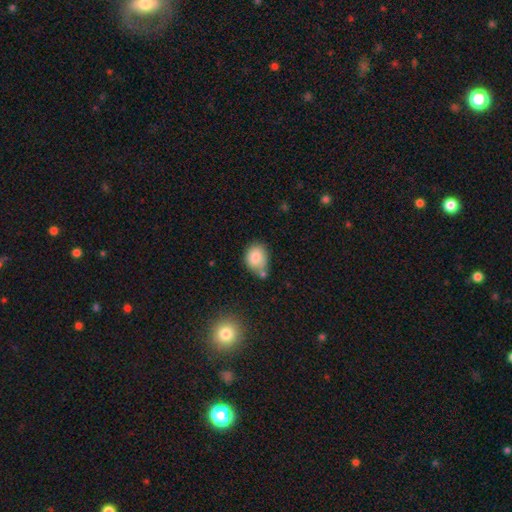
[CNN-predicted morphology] Overall: smooth (83%). How rounded: in between (60%; round 39%). Merging: none (52%; minor disturbance 25%).